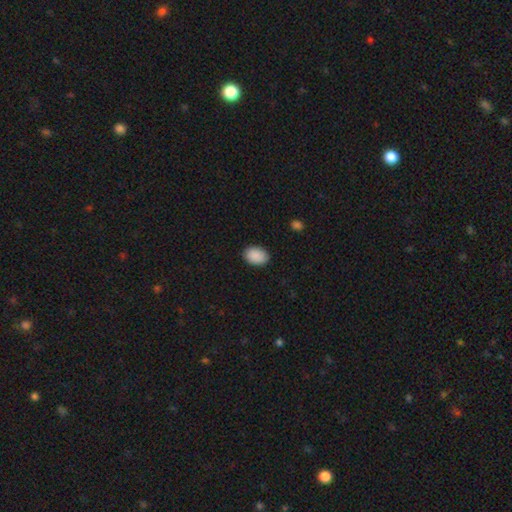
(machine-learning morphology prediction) This is clearly a smooth galaxy (91%). How rounded: clearly in between (84%). Merging: clearly none (88%).